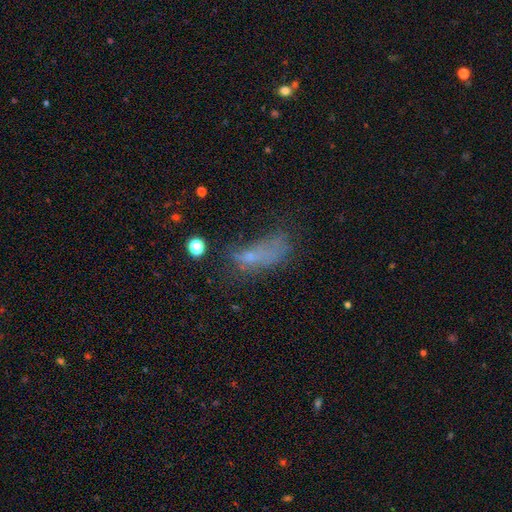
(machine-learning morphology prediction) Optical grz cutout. It shows a smooth galaxy with no disk features (52%) that is in between round and cigar-shaped (71%). Merging: major disturbance (43%).